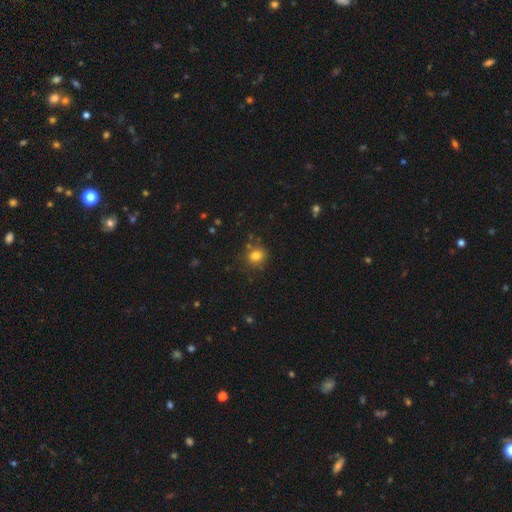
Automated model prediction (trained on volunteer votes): Smooth or featured: smooth — 80% (star or artifact — 13%)
How rounded: round — 73% (in between — 26%)
Merging: none — 78% (minor disturbance — 14%)